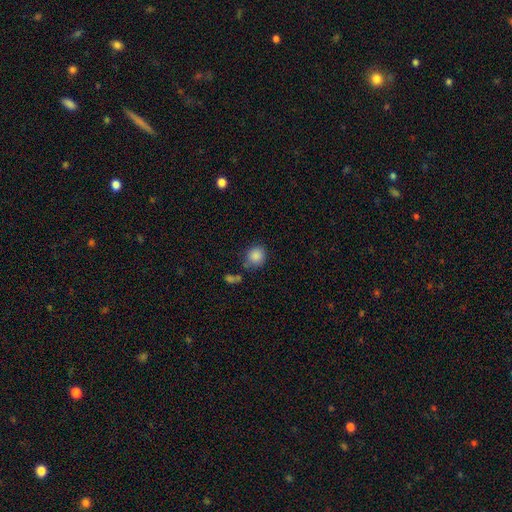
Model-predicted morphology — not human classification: The model was most divided on "merging": none: 72%, minor disturbance: 16%, merger: 7%, major disturbance: 5%. More confident: smooth or featured — smooth (86%); how rounded — round (82%).